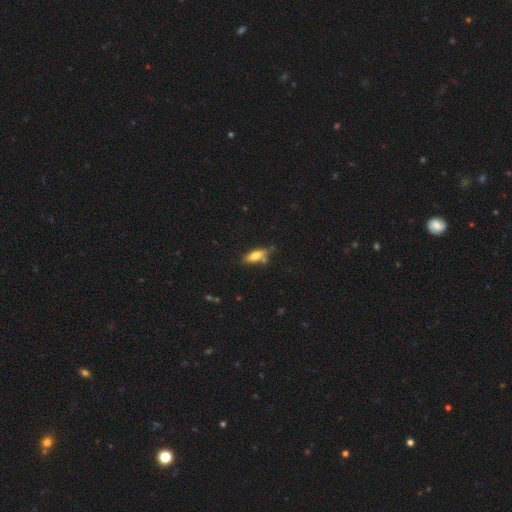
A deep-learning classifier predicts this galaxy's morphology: type=smooth (67%); roundness=in between (59%); merging=none (65%).